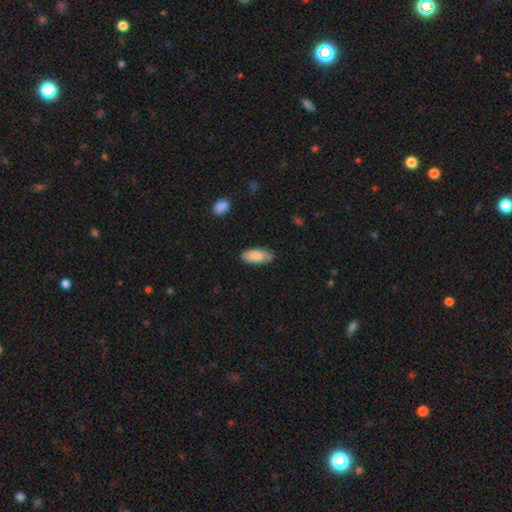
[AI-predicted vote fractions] A smooth galaxy with no disk features (84%) that is in between round and cigar-shaped (87%). Merging: none (80%).